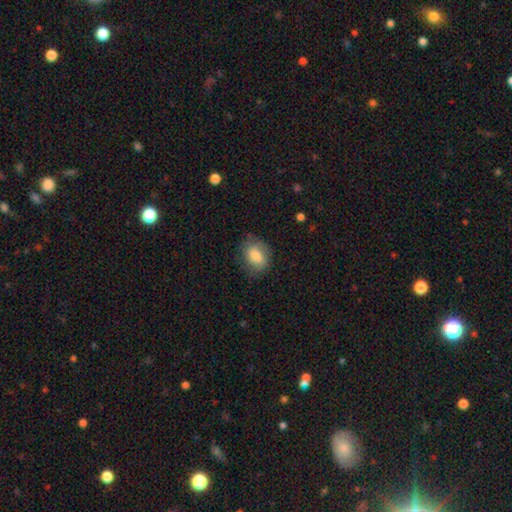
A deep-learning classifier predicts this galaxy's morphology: This appears to be a smooth galaxy with no disk features (75%) that is in between round and cigar-shaped (68%). Merging: none (75%).